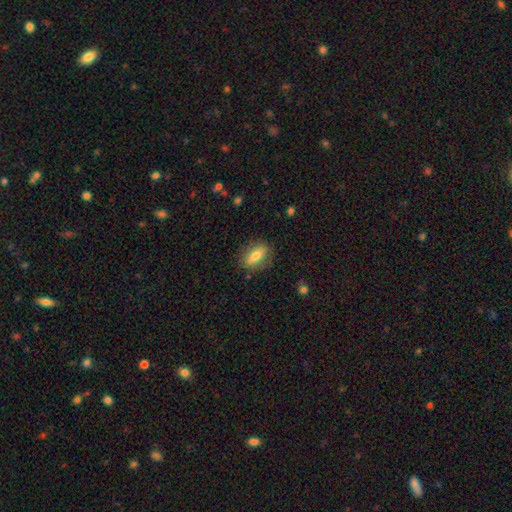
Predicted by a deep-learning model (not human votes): Morphology: type=smooth (67%); roundness=in between (74%); merging=none (81%).